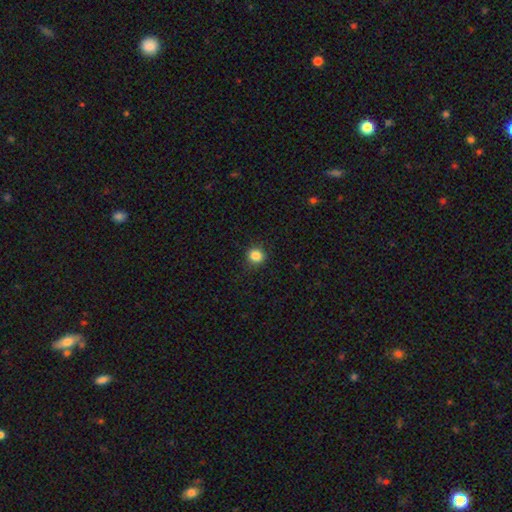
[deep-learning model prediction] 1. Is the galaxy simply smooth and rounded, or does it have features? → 85% smooth, 11% star or artifact, 4% featured or disk.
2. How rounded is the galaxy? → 89% round, 10% in between, 1% cigar-shaped.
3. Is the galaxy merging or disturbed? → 87% none, 9% minor disturbance, 3% major disturbance, 1% merger.